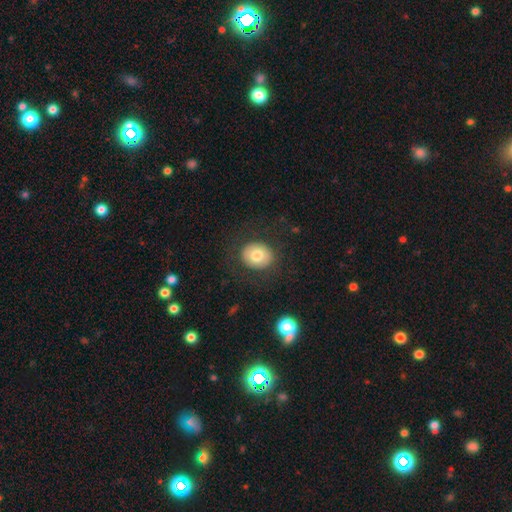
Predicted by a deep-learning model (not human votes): smooth-or-featured: smooth: 73% | featured or disk: 18% | star or artifact: 9%
  how-rounded: round: 76% | in between: 23% | cigar-shaped: 1%
  merging: none: 85% | minor disturbance: 9% | major disturbance: 5% | merger: 1%